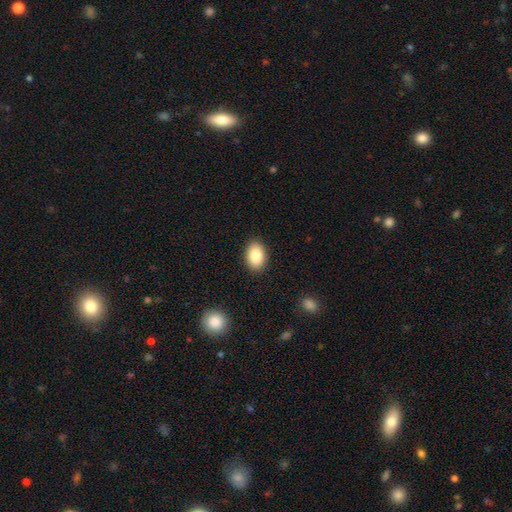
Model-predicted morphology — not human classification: smooth_or_featured: smooth (p=0.85) [alt: star or artifact p=0.08]
how_rounded: in between (p=0.82) [alt: round p=0.17]
merging: none (p=0.89) [alt: minor disturbance p=0.08]